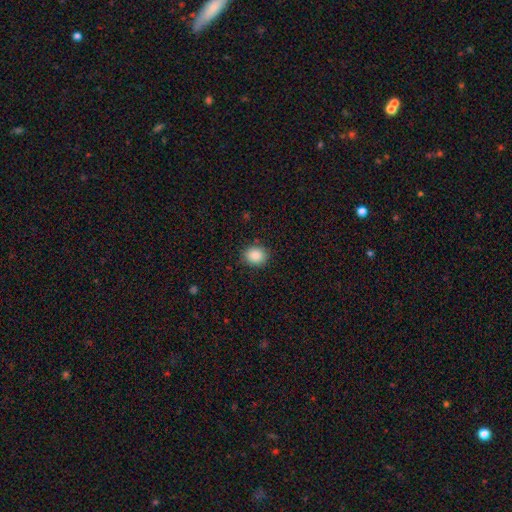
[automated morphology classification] Smooth or featured? smooth (88%)
How rounded? round (67%)
Merging? none (86%)